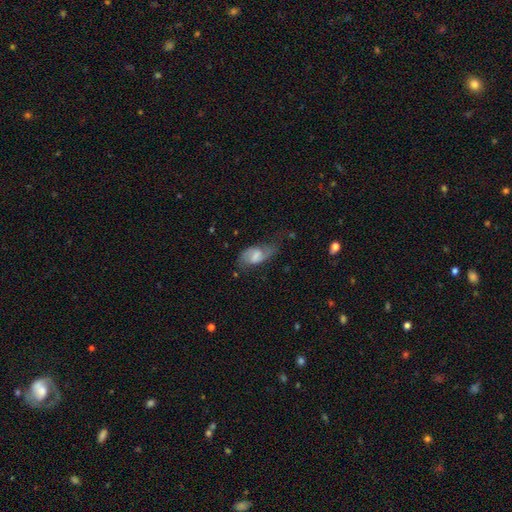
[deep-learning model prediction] Smooth or featured?
  - featured or disk: 54% *
  - smooth: 38%
  - star or artifact: 8%
Edge-on disk?
  - no: 94% *
  - yes: 6%
Bar?
  - weak: 52% *
  - no: 27%
  - strong: 21%
Spiral arms?
  - yes: 83% *
  - no: 17%
Bulge size?
  - moderate: 31% *
  - none: 26%
  - small: 26%
  - large: 14%
  - dominant: 2%
Merging?
  - none: 46% *
  - minor disturbance: 30%
  - major disturbance: 21%
  - merger: 3%